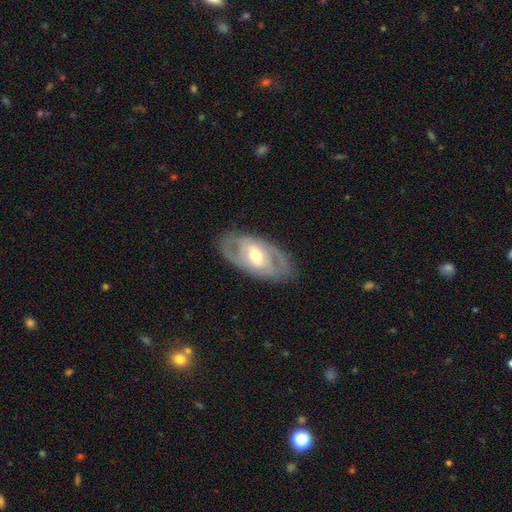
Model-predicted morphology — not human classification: type=featured or disk (77%); edge-on=no (91%); bar=weak (42%); spiral arms=yes (76%); winding=tight (48%); arm count=2 (68%); bulge=moderate (68%); merging=none (82%).